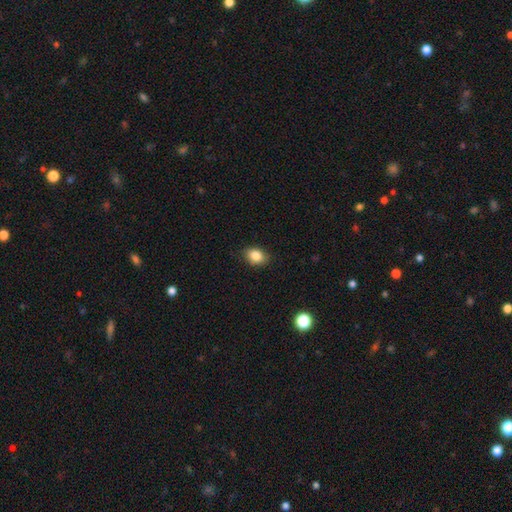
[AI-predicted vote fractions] A smooth galaxy with no disk features (85%) that is in between round and cigar-shaped (70%).

Vote fractions:
- Smooth or featured? smooth: 85% / star or artifact: 9% / featured or disk: 6%
- How rounded? in between: 70% / round: 29% / cigar-shaped: 1%
- Merging? none: 86% / minor disturbance: 11% / major disturbance: 2% / merger: 1%